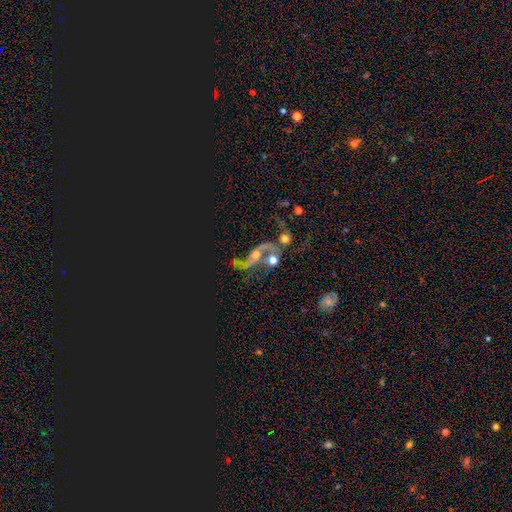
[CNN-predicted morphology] A featured or disk galaxy (78%) with no bar (53%), 2 (89%) loose (78%) spiral arms (92%) and a moderate central bulge (48%).

Vote fractions:
- Smooth or featured? featured or disk: 78% / star or artifact: 14% / smooth: 9%
- Edge-on disk? no: 94% / yes: 6%
- Bar? no: 53% / weak: 34% / strong: 13%
- Spiral arms? yes: 92% / no: 8%
- Spiral winding? loose: 78% / medium: 17% / tight: 5%
- Spiral arm count? 2: 89% / 1: 5% / can't tell: 2% / 3: 1% / 4: 1% / more than 4: 1%
- Bulge size? moderate: 48% / small: 37% / none: 7% / large: 7% / dominant: 2%
- Merging? none: 35% / merger: 32% / major disturbance: 19% / minor disturbance: 14%